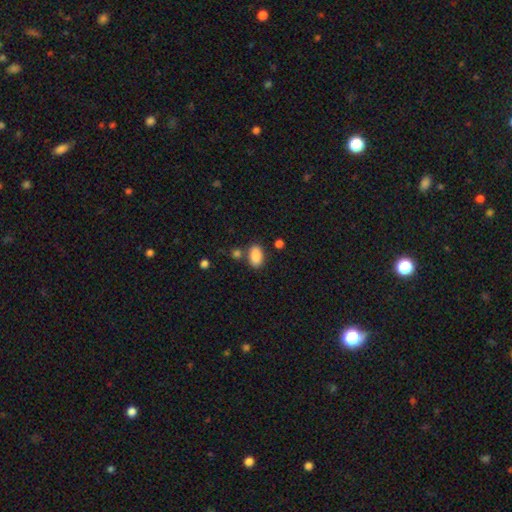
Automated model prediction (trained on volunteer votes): Morphology: type=smooth (88%); roundness=in between (91%); merging=none (75%).